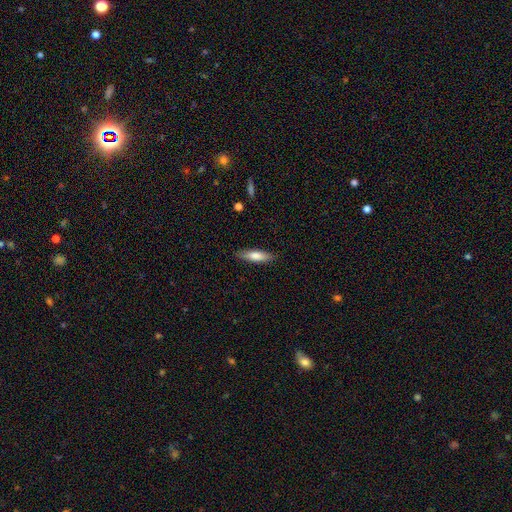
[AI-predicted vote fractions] Overall: smooth (75%). How rounded: cigar-shaped (65%; in between 33%). Merging: none (86%).